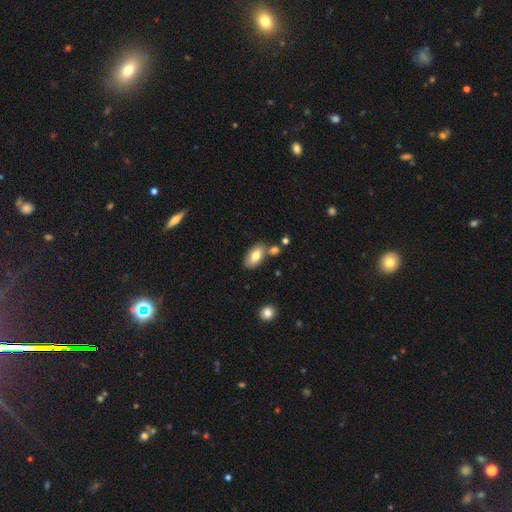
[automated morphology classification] Smooth or featured: smooth — 76% (featured or disk — 17%)
How rounded: in between — 93% (cigar-shaped — 4%)
Merging: none — 66% (merger — 16%)